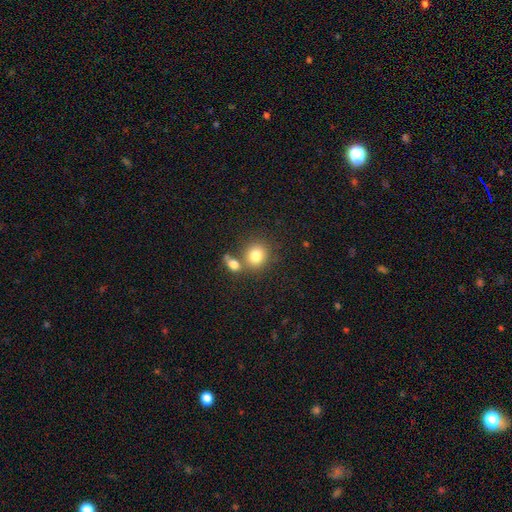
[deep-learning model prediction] Smooth or featured?
  - smooth: 81% *
  - star or artifact: 10%
  - featured or disk: 9%
How rounded?
  - round: 77% *
  - in between: 22%
  - cigar-shaped: 1%
Merging?
  - none: 57% *
  - merger: 30%
  - minor disturbance: 10%
  - major disturbance: 4%